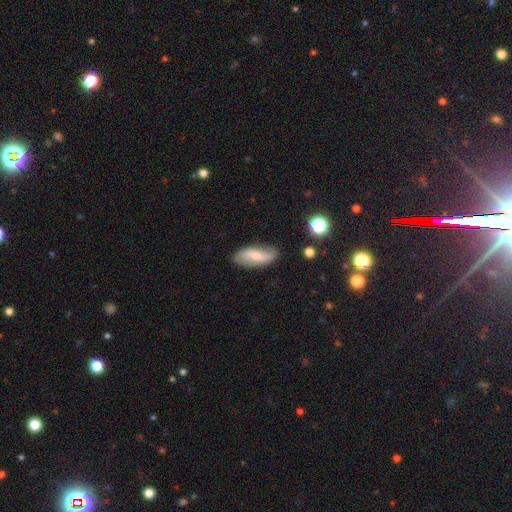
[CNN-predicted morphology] This is possibly a featured or disk galaxy (48%). Merging: likely none (76%).